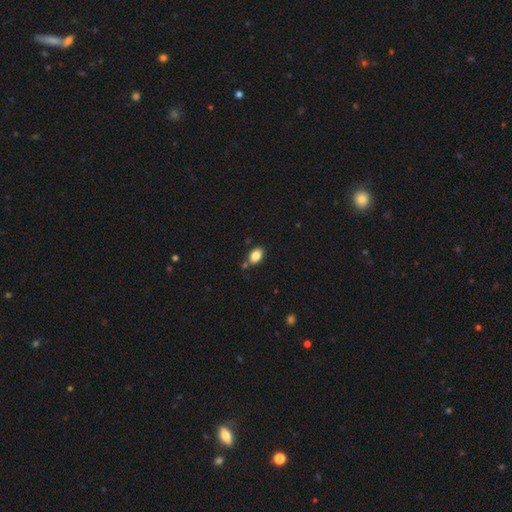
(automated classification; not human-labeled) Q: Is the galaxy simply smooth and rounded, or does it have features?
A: smooth — 84%.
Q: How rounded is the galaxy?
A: in between — 86%.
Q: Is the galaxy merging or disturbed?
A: none — 73%.